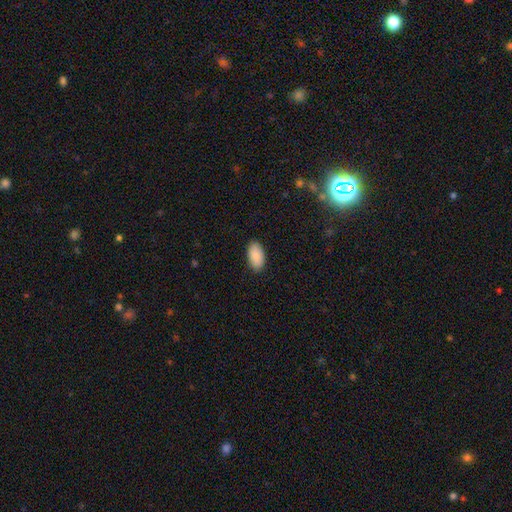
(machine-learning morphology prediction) Smooth or featured: smooth — 91% (star or artifact — 6%)
How rounded: in between — 96% (round — 3%)
Merging: none — 89% (minor disturbance — 8%)